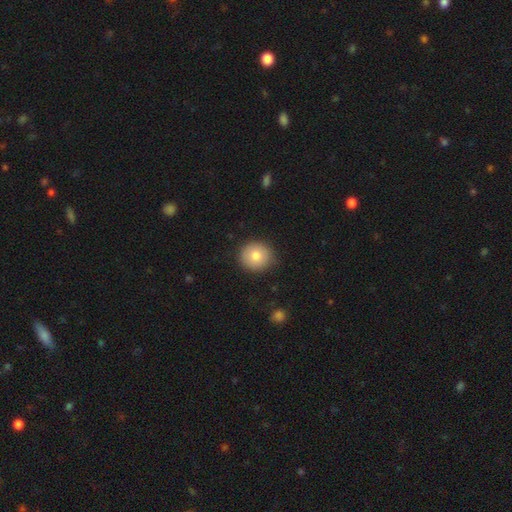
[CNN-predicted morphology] smooth-or-featured: smooth: 80% | featured or disk: 11% | star or artifact: 9%
  how-rounded: round: 87% | in between: 12% | cigar-shaped: 1%
  merging: none: 84% | minor disturbance: 12% | major disturbance: 3% | merger: 1%